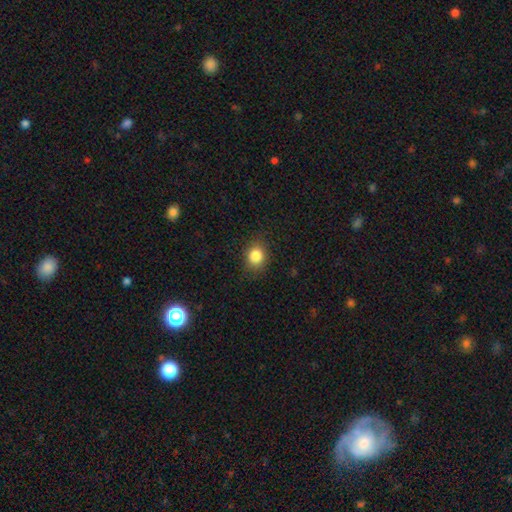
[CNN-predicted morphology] type=smooth (84%); roundness=round (67%); merging=none (85%).